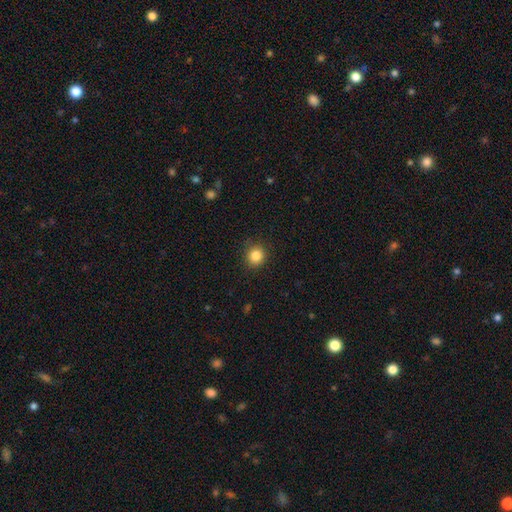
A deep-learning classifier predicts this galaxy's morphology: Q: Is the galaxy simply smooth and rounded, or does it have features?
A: smooth — 86%.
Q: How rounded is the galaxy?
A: round — 90%.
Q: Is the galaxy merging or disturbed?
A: none — 89%.